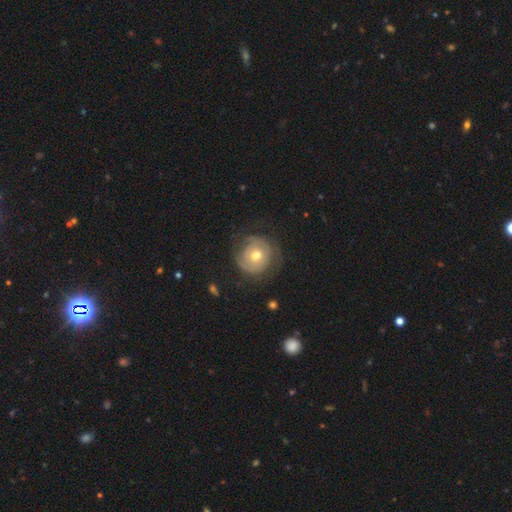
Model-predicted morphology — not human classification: Smooth or featured? featured or disk (53%)
Edge-on disk? no (96%)
Bar? no (79%)
Spiral arms? yes (64%)
Bulge size? moderate (75%)
Merging? none (68%)